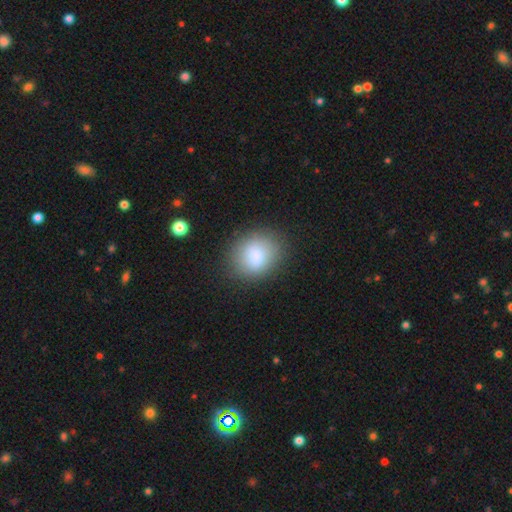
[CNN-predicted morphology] Smooth or featured? smooth (83%)
How rounded? round (62%)
Merging? none (82%)